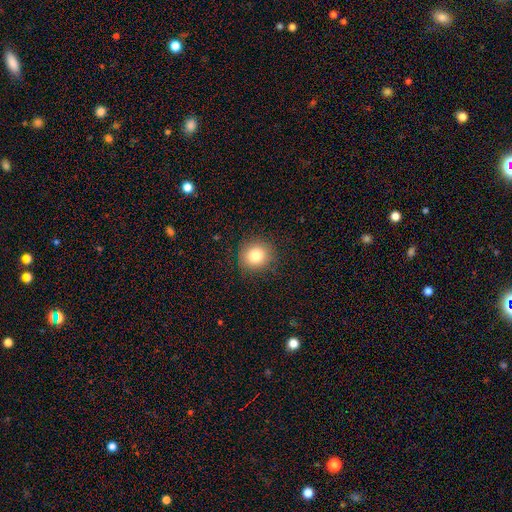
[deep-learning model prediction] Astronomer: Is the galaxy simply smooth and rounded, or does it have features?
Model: smooth — 82%.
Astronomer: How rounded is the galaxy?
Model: round — 88%.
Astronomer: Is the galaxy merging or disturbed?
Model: none — 89%.